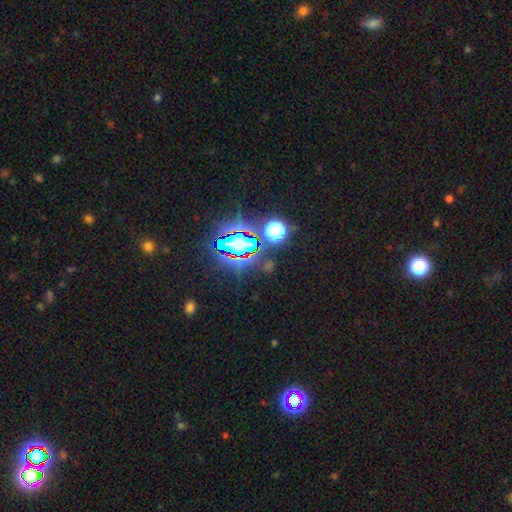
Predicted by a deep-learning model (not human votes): Smooth or featured? Predicted: star or artifact (p=0.80).